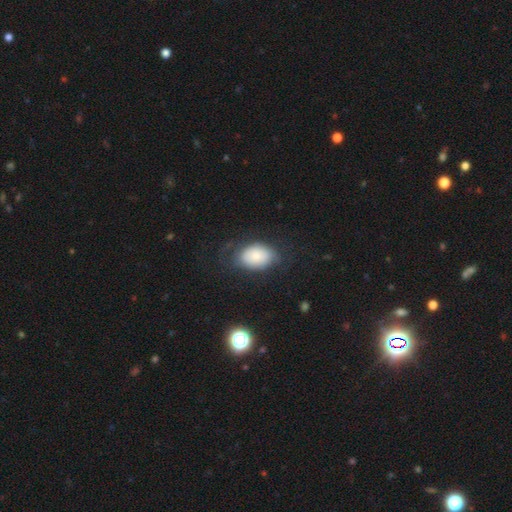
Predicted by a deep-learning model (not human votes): This appears to be a smooth galaxy with no disk features (74%) that is in between round and cigar-shaped (85%). Merging: none (63%).